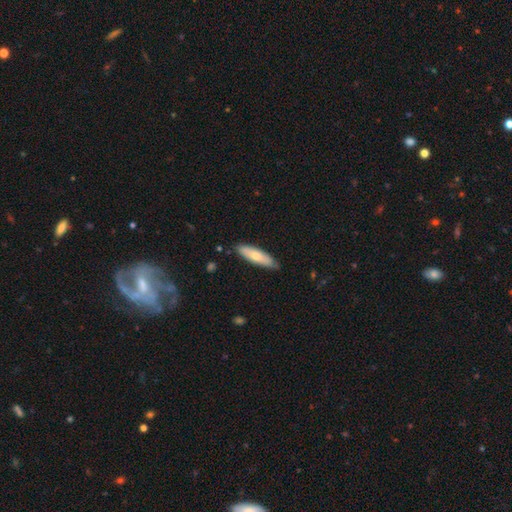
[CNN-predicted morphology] Smooth or featured?
  - smooth: 67% *
  - featured or disk: 28%
  - star or artifact: 5%
How rounded?
  - cigar-shaped: 60% *
  - in between: 38%
  - round: 2%
Merging?
  - none: 81% *
  - minor disturbance: 15%
  - major disturbance: 2%
  - merger: 1%